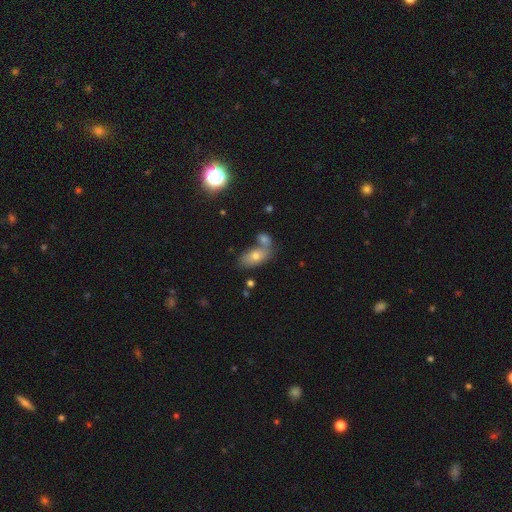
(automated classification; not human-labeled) smooth_or_featured: smooth (p=0.71) [alt: featured or disk p=0.20]
how_rounded: in between (p=0.90) [alt: round p=0.07]
merging: none (p=0.43) [alt: merger p=0.41]